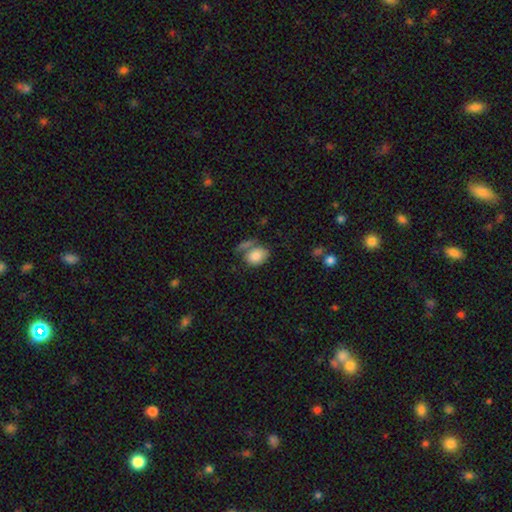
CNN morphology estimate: smooth 82%, featured or disk 10%, star or artifact 8%. Down the decision tree: how rounded — in between (68%); merging — none (44%).